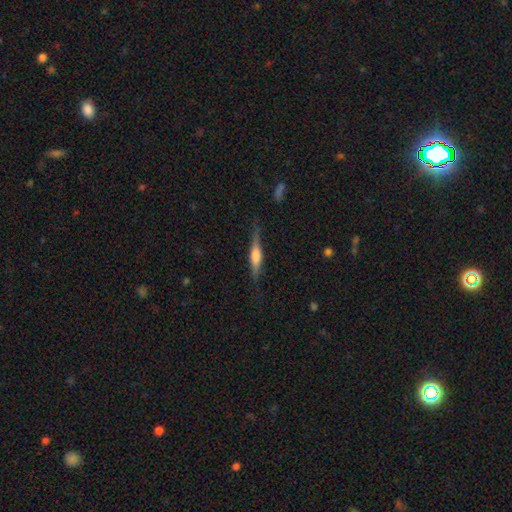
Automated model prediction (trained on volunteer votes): A featured or disk galaxy (58%) viewed edge-on (96%) with a rounded central bulge (66%). Merging: none (79%).